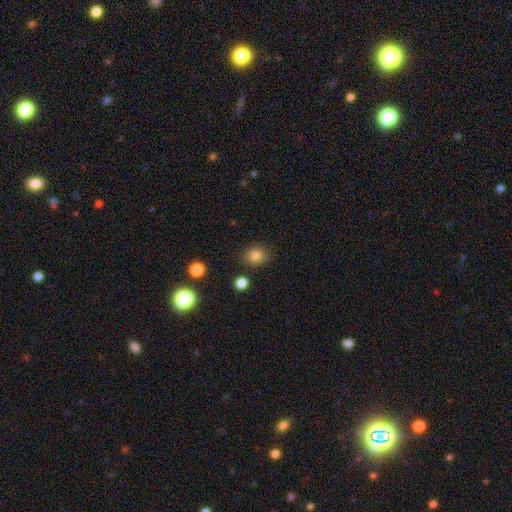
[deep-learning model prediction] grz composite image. It shows a smooth galaxy with no disk features (82%) that is round (54%). Merging: none (84%).